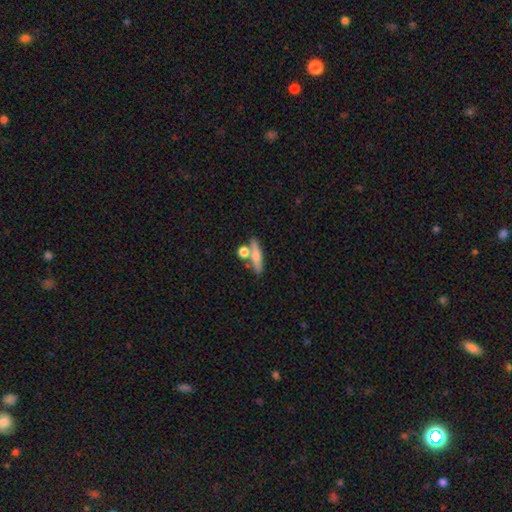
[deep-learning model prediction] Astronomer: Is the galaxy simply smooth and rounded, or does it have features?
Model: smooth — 63%.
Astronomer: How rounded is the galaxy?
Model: cigar-shaped — 62%.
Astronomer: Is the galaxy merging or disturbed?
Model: none — 61%.